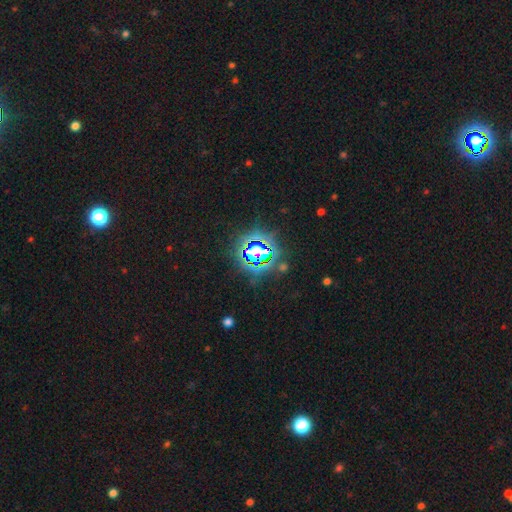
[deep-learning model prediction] Smooth or featured?
  - star or artifact: 75% *
  - smooth: 15%
  - featured or disk: 10%